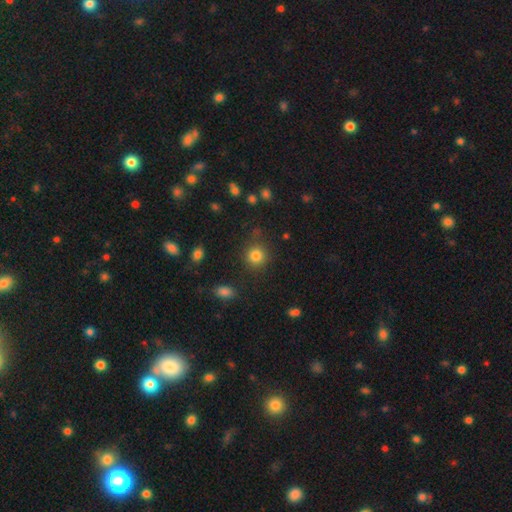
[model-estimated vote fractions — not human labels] Smooth or featured: smooth — 82% (star or artifact — 12%)
How rounded: round — 90% (in between — 9%)
Merging: none — 83% (minor disturbance — 10%)